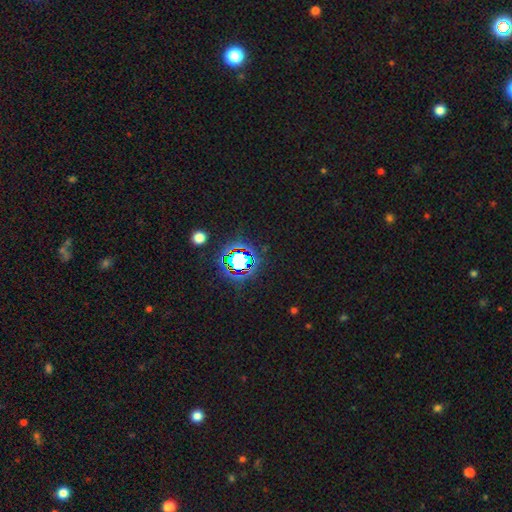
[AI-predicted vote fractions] Smooth or featured: star or artifact — 81% (smooth — 12%)